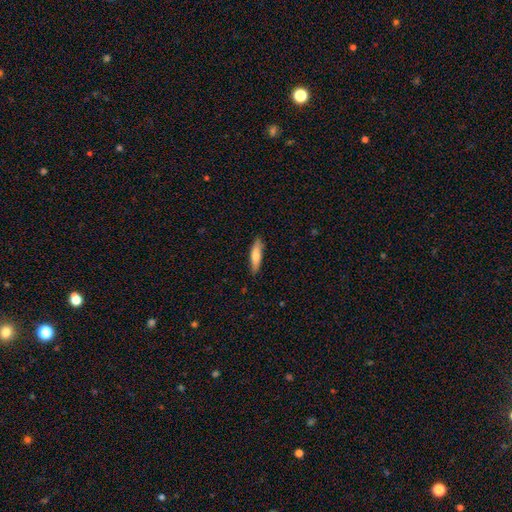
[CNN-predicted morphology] Overall: smooth (72%). How rounded: cigar-shaped (72%). Merging: none (85%).